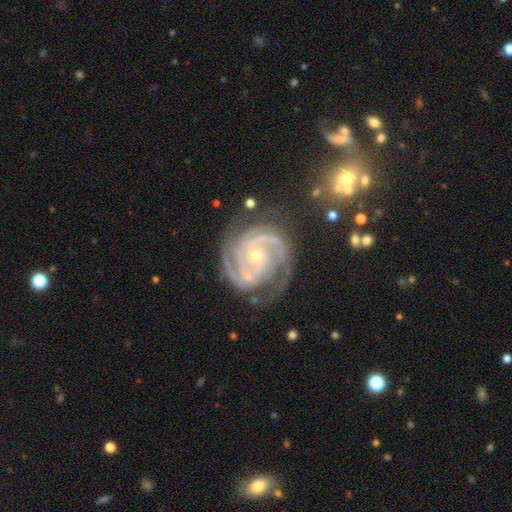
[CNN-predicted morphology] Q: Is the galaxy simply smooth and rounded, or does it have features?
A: featured or disk — 92%.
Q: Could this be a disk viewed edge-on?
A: no — 98%.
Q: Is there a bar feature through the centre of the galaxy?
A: no — 66%.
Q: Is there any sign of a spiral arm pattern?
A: yes — 98%.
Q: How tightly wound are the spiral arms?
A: tight — 65%.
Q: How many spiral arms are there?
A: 2 — 48%.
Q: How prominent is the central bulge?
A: small — 66%.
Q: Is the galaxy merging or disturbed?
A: none — 71%.